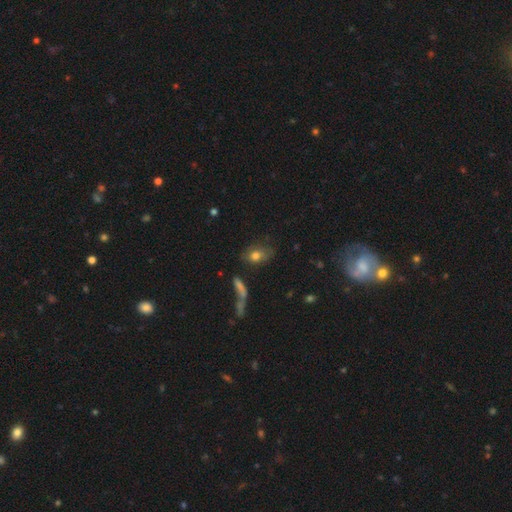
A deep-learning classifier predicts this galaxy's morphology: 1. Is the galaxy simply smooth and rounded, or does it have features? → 73% smooth, 17% featured or disk, 10% star or artifact.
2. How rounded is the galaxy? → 75% in between, 20% round, 5% cigar-shaped.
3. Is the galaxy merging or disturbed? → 55% none, 21% minor disturbance, 15% major disturbance, 10% merger.